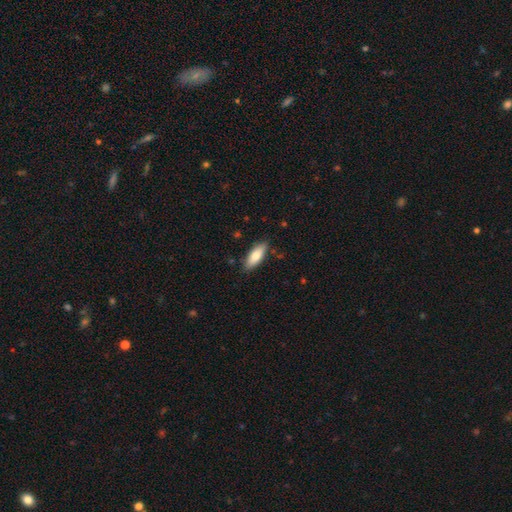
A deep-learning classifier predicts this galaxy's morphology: Q: Smooth or featured?
A: smooth (78%); runner-up: featured or disk (16%)
Q: How rounded?
A: in between (72%); runner-up: cigar-shaped (26%)
Q: Merging?
A: none (85%); runner-up: minor disturbance (11%)